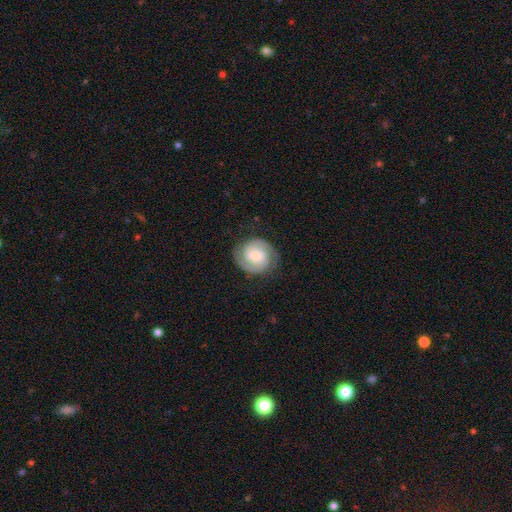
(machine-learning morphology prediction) Smooth or featured?
  - featured or disk: 83% *
  - smooth: 12%
  - star or artifact: 5%
Edge-on disk?
  - no: 98% *
  - yes: 2%
Bar?
  - no: 44% *
  - weak: 41%
  - strong: 14%
Spiral arms?
  - yes: 97% *
  - no: 3%
Spiral winding?
  - tight: 60% *
  - medium: 35%
  - loose: 6%
Spiral arm count?
  - 2: 91% *
  - can't tell: 4%
  - 3: 2%
  - 1: 2%
  - 4: 1%
  - more than 4: 1%
Bulge size?
  - small: 54% *
  - moderate: 37%
  - large: 4%
  - none: 3%
  - dominant: 1%
Merging?
  - none: 83% *
  - minor disturbance: 11%
  - major disturbance: 4%
  - merger: 1%